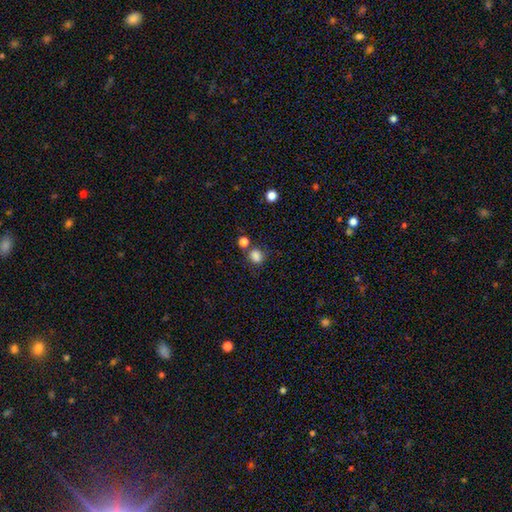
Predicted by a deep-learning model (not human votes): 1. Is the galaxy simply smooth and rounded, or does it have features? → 82% smooth, 13% star or artifact, 5% featured or disk.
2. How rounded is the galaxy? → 64% round, 35% in between, 1% cigar-shaped.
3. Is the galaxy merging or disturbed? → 63% none, 18% merger, 14% minor disturbance, 5% major disturbance.